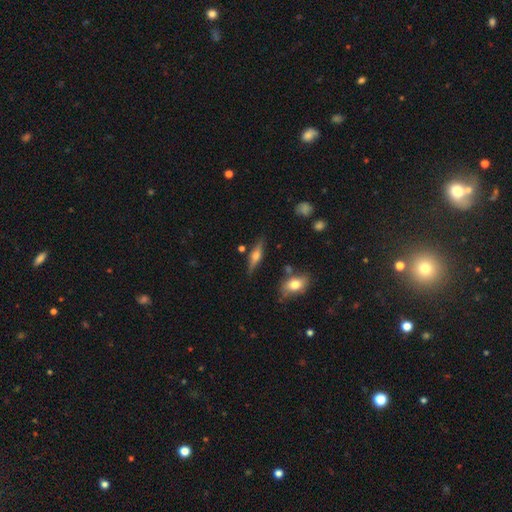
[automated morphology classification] Q: Smooth or featured?
A: featured or disk (58%); runner-up: smooth (34%)
Q: Edge-on disk?
A: yes (94%); runner-up: no (6%)
Q: Edge-on bulge?
A: rounded (90%); runner-up: boxy (7%)
Q: Merging?
A: none (82%); runner-up: minor disturbance (11%)